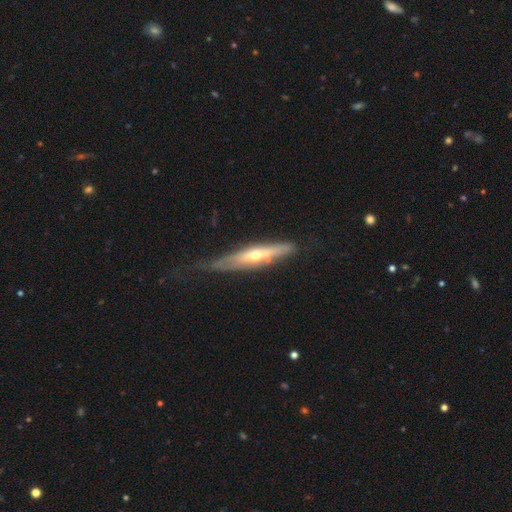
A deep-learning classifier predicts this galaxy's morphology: smooth-or-featured: featured or disk: 65% | smooth: 29% | star or artifact: 6%
  disk-edge-on: yes: 77% | no: 23%
    edge-on-bulge: rounded: 83% | none: 13% | boxy: 3%
  merging: none: 57% | minor disturbance: 27% | major disturbance: 10% | merger: 7%